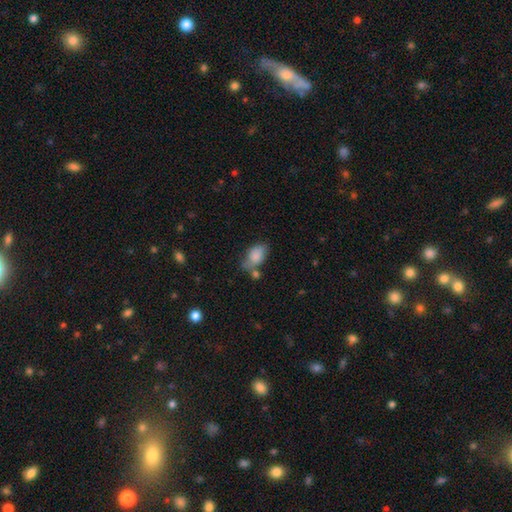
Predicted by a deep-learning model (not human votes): A smooth galaxy with no disk features (81%) that is in between round and cigar-shaped (88%). Merging: none (45%).